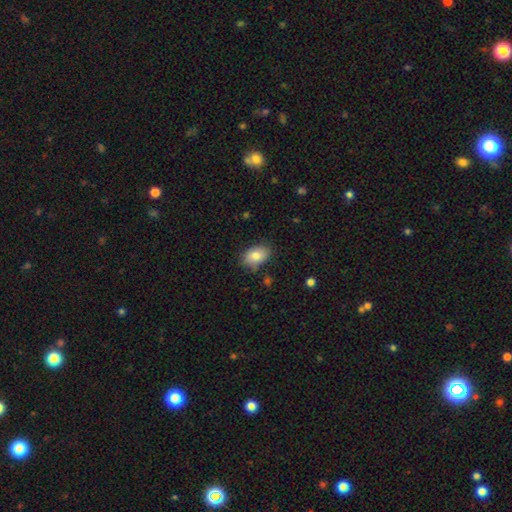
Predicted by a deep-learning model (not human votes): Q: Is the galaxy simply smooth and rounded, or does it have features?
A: smooth — 82%.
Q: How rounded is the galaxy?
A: in between — 86%.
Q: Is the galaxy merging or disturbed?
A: none — 78%.